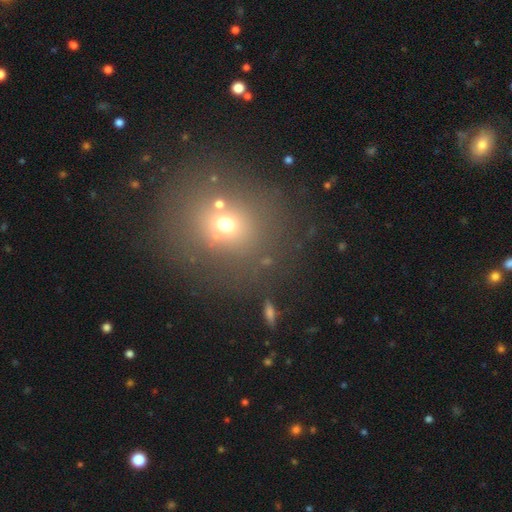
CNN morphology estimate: type=smooth (53%); roundness=round (79%); merging=none (76%).